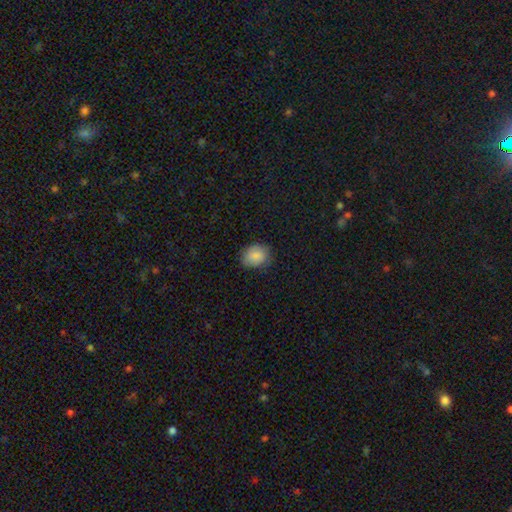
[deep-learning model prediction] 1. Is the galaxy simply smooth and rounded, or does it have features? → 87% smooth, 8% star or artifact, 5% featured or disk.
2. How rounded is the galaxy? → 51% in between, 48% round, 1% cigar-shaped.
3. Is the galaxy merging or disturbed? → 79% none, 16% minor disturbance, 3% major disturbance, 1% merger.